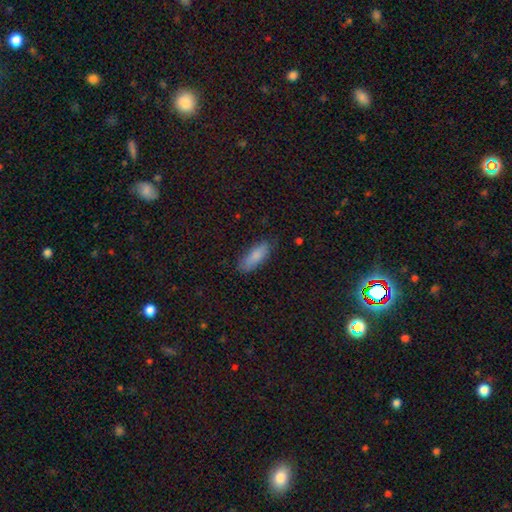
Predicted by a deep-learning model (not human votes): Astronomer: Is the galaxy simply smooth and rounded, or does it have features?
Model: smooth — 83%.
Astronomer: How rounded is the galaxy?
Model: in between — 59% (runner-up: cigar-shaped, 39%).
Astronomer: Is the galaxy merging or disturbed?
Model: none — 78%.